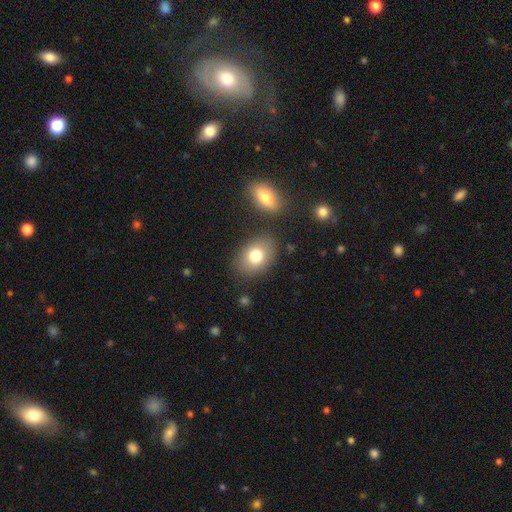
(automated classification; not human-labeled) Morphology: type=smooth (78%); roundness=in between (72%); merging=none (80%).